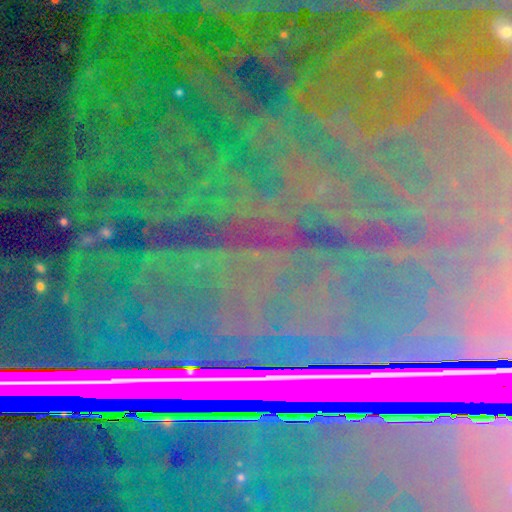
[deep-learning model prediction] Smooth or featured? Predicted: star or artifact (p=0.88).